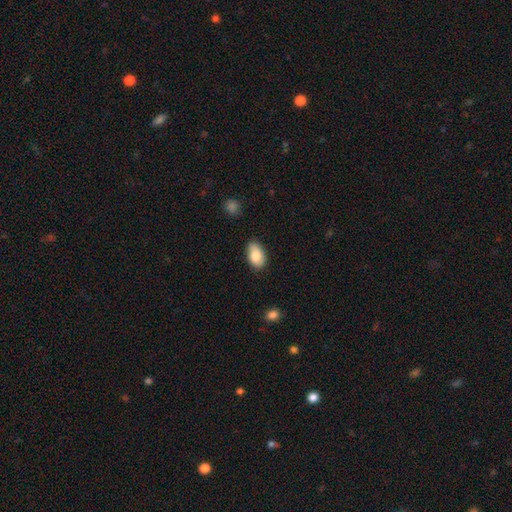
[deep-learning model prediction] Smooth or featured?
  - smooth: 84% *
  - featured or disk: 9%
  - star or artifact: 7%
How rounded?
  - in between: 92% *
  - round: 7%
  - cigar-shaped: 1%
Merging?
  - none: 75% *
  - minor disturbance: 20%
  - major disturbance: 3%
  - merger: 2%